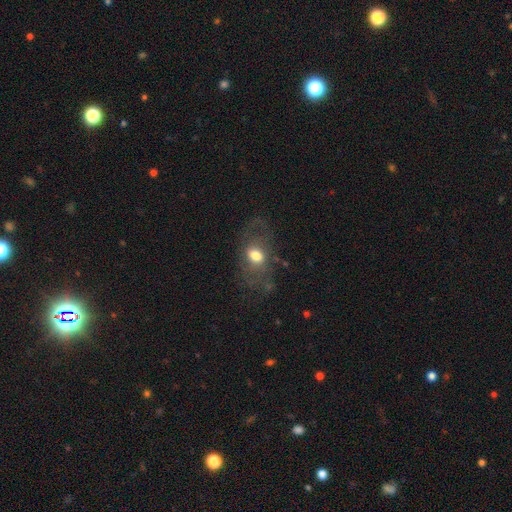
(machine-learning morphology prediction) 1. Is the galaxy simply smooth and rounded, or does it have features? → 53% smooth, 37% featured or disk, 11% star or artifact.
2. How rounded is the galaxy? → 75% in between, 23% round, 2% cigar-shaped.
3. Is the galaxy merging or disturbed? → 52% none, 24% major disturbance, 22% minor disturbance, 2% merger.